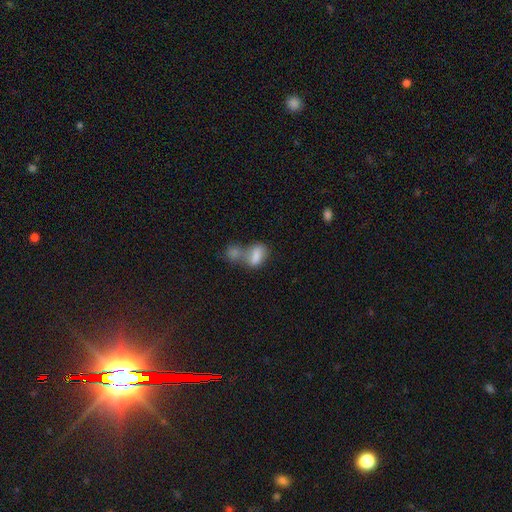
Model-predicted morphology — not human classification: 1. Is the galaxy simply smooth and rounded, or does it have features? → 77% smooth, 14% featured or disk, 9% star or artifact.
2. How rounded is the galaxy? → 84% in between, 11% round, 4% cigar-shaped.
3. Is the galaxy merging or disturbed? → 66% merger, 18% none, 9% minor disturbance, 7% major disturbance.